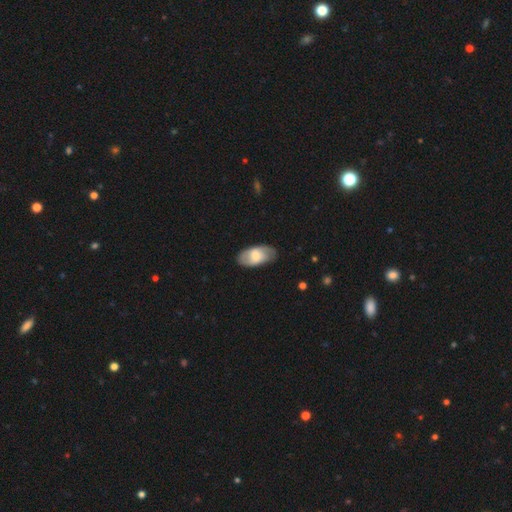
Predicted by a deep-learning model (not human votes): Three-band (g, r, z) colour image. It shows a smooth galaxy with no disk features (59%) that is in between round and cigar-shaped (94%). Merging: none (76%).